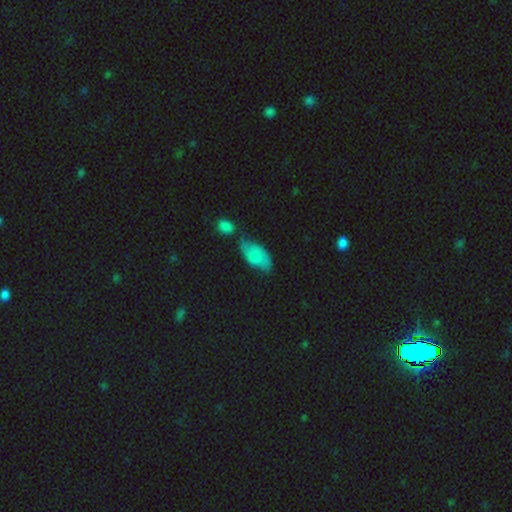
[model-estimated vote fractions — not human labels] A smooth galaxy with no disk features (59%) that is in between round and cigar-shaped (92%). Merging: none (42%).